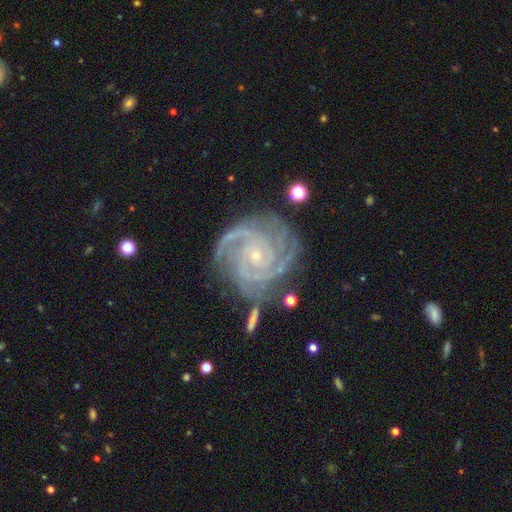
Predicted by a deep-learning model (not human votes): This appears to be a featured or disk galaxy (93%) with no bar (72%), 3 (36%) tight (78%) spiral arms (99%) and a small central bulge (86%). Merging: none (72%).